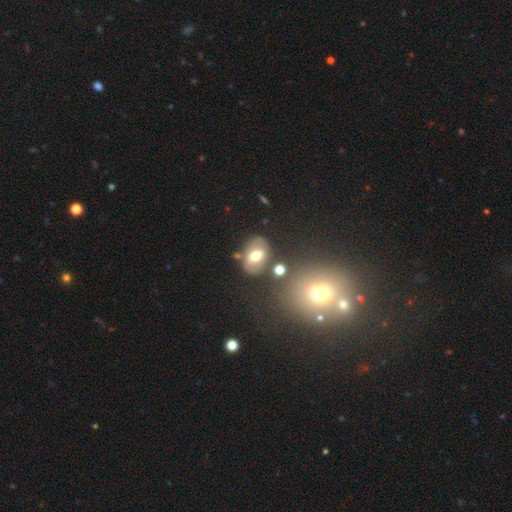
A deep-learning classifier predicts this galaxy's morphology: This is possibly a smooth galaxy (54%). How rounded: likely in between (78%). Merging: likely none (69%).